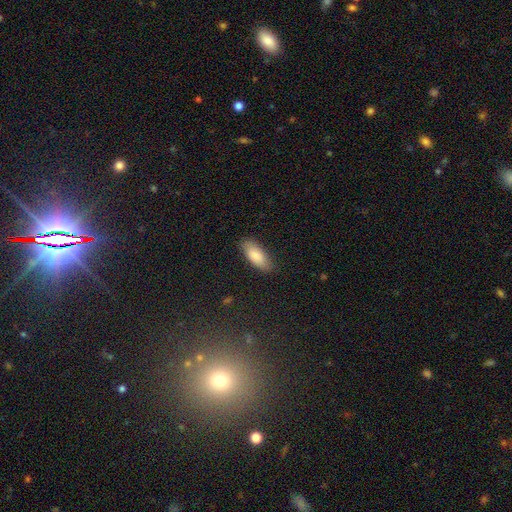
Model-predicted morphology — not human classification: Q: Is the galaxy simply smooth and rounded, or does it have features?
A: smooth — 85%.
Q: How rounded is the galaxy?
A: in between — 81%.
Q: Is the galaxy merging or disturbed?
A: none — 83%.